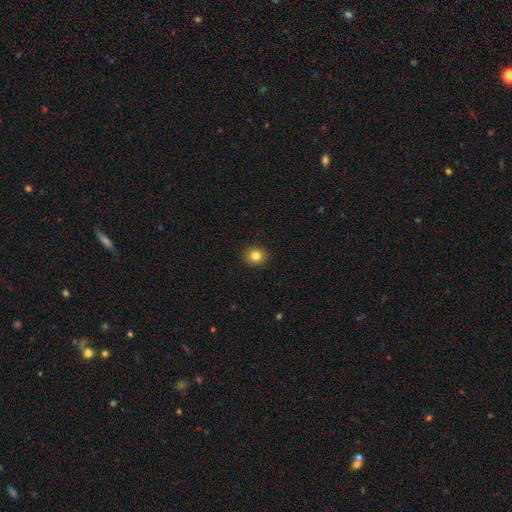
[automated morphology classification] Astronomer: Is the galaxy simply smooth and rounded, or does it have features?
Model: smooth — 82%.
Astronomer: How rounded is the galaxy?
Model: round — 75%.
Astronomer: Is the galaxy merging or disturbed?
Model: none — 91%.